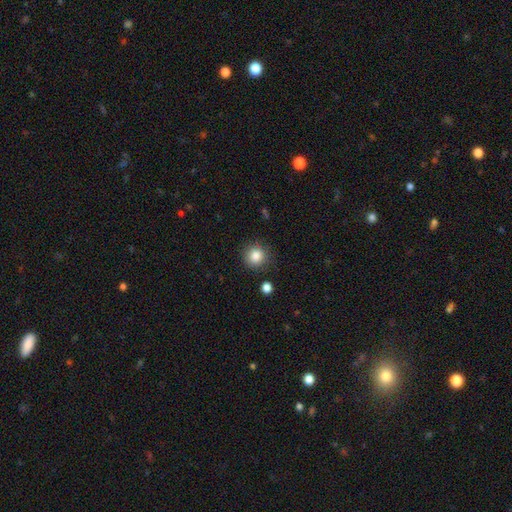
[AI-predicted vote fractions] Smooth or featured?
  - smooth: 85% *
  - star or artifact: 10%
  - featured or disk: 5%
How rounded?
  - round: 91% *
  - in between: 8%
  - cigar-shaped: 1%
Merging?
  - none: 86% *
  - minor disturbance: 8%
  - major disturbance: 3%
  - merger: 2%